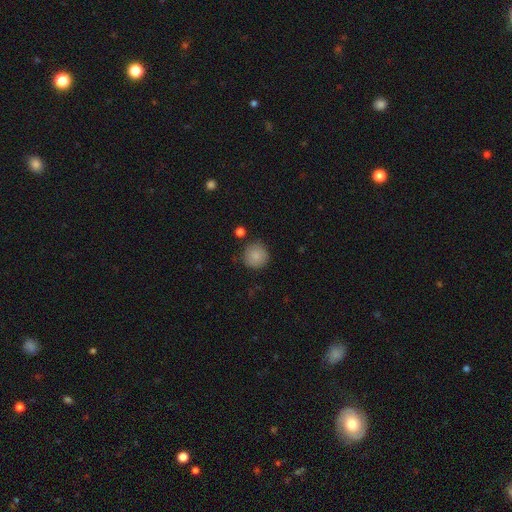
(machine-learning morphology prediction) This is clearly a smooth galaxy (85%). How rounded: clearly round (94%). Merging: clearly none (84%).